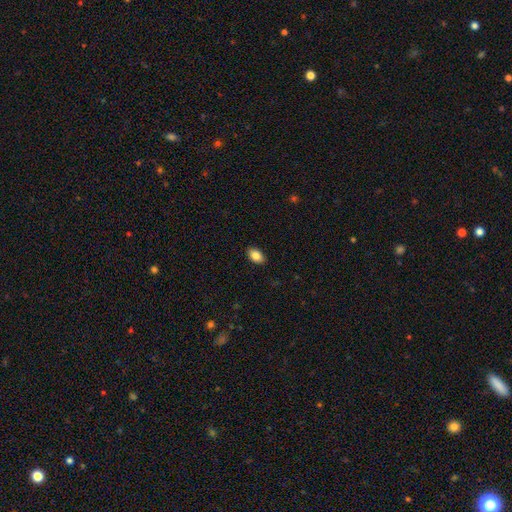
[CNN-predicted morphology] The model was most divided on "how rounded": in between: 87%, round: 11%, cigar-shaped: 1%. More confident: merging — none (90%); smooth or featured — smooth (85%).